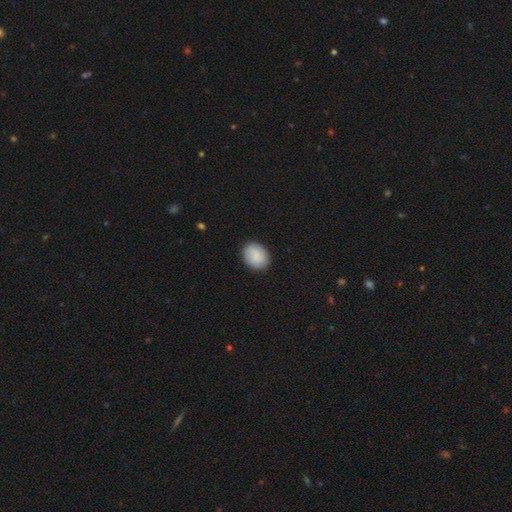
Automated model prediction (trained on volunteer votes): Smooth or featured? smooth (86%)
How rounded? in between (56%)
Merging? none (87%)